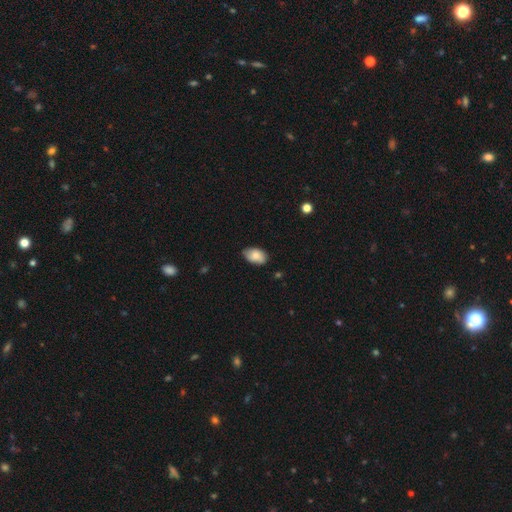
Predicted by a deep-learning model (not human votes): Smooth or featured?
  - smooth: 81% *
  - featured or disk: 12%
  - star or artifact: 7%
How rounded?
  - in between: 92% *
  - round: 6%
  - cigar-shaped: 1%
Merging?
  - none: 80% *
  - minor disturbance: 16%
  - major disturbance: 2%
  - merger: 1%